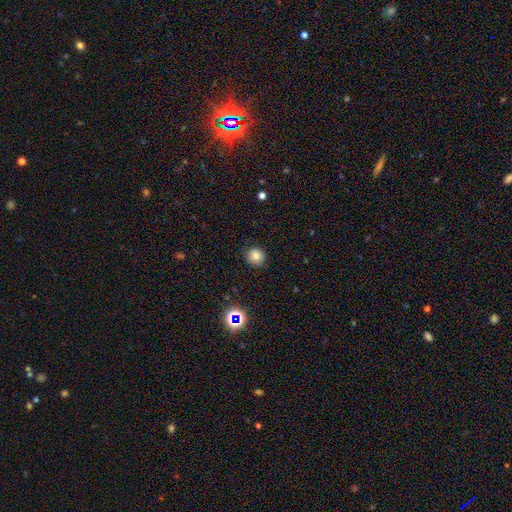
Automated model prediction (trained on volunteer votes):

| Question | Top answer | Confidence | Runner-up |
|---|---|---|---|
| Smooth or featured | smooth | 78% | star or artifact (14%) |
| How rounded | round | 86% | in between (13%) |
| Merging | none | 86% | minor disturbance (10%) |